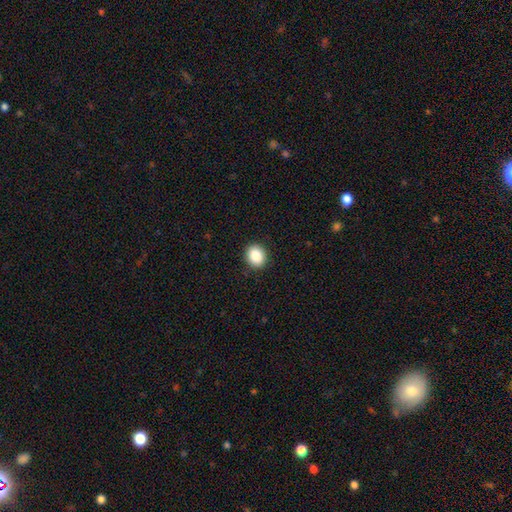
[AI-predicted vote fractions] Morphology: type=smooth (87%); roundness=round (63%); merging=none (91%).